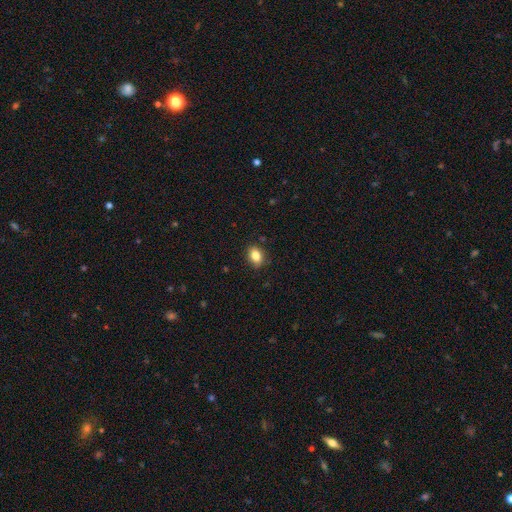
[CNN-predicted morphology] A smooth galaxy with no disk features (84%) that is in between round and cigar-shaped (72%).

Vote fractions:
- Smooth or featured? smooth: 84% / star or artifact: 9% / featured or disk: 7%
- How rounded? in between: 72% / round: 26% / cigar-shaped: 2%
- Merging? none: 85% / minor disturbance: 12% / major disturbance: 2% / merger: 1%